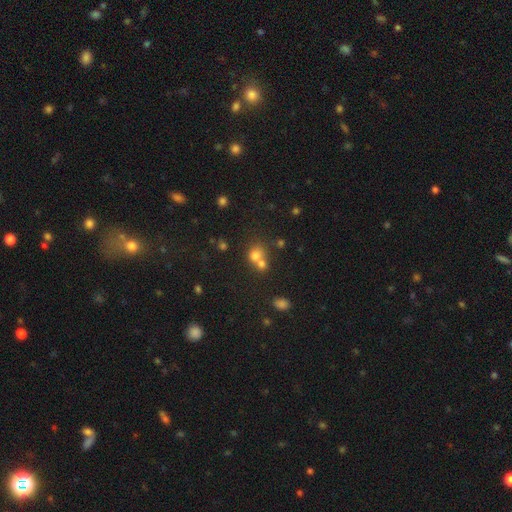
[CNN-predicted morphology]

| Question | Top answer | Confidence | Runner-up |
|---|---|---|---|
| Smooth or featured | smooth | 72% | star or artifact (16%) |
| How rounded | round | 76% | in between (23%) |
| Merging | merger | 56% | none (34%) |